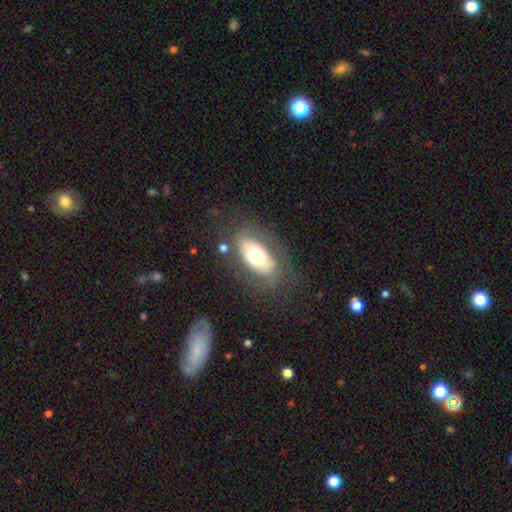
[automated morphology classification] A smooth galaxy with no disk features (51%) that is in between round and cigar-shaped (89%). Merging: none (71%).